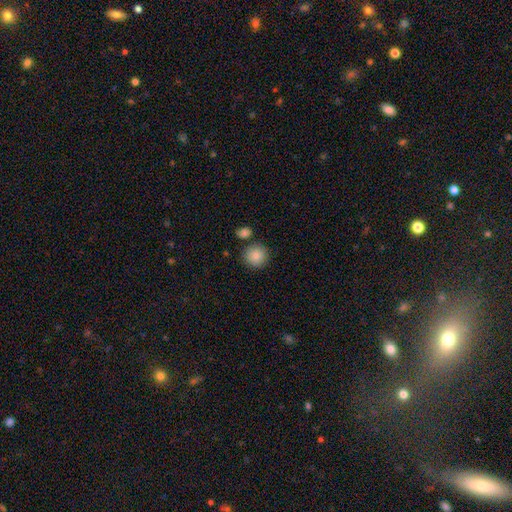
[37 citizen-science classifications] Volunteers were most divided on "merging": none: 77%, merger: 14%, minor disturbance: 6%, major disturbance: 3%. More confident: how rounded — round (94%); smooth or featured — smooth (89%).